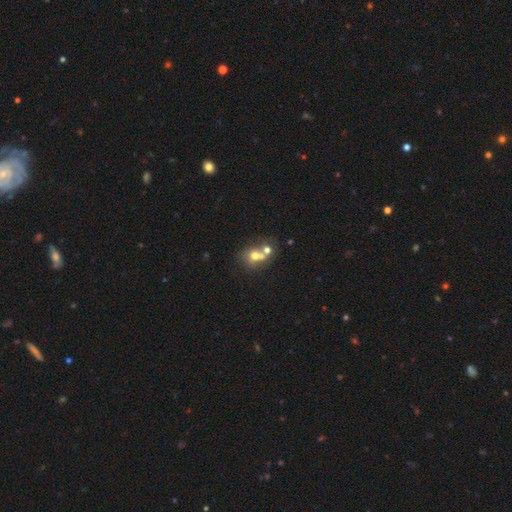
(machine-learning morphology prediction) Q: Smooth or featured?
A: smooth (60%); runner-up: featured or disk (25%)
Q: How rounded?
A: round (69%); runner-up: in between (30%)
Q: Merging?
A: merger (55%); runner-up: none (33%)